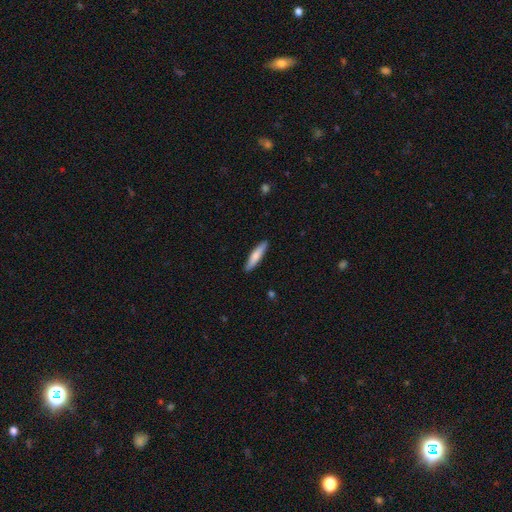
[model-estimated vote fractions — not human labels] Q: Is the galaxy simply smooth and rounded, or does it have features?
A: smooth — 75%.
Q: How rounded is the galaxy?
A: cigar-shaped — 82%.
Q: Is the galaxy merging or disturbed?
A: none — 89%.